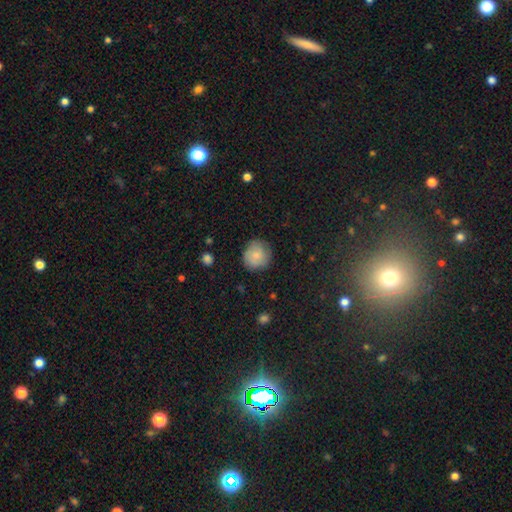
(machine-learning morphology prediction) Q: Smooth or featured?
A: smooth (75%); runner-up: featured or disk (17%)
Q: How rounded?
A: round (90%); runner-up: in between (9%)
Q: Merging?
A: none (81%); runner-up: minor disturbance (14%)